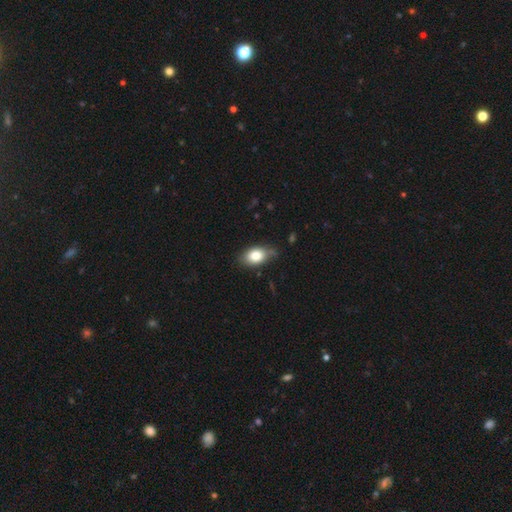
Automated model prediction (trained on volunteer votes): Smooth or featured? Predicted: smooth (p=0.81). How rounded? Predicted: in between (p=0.85). Merging? Predicted: none (p=0.69).